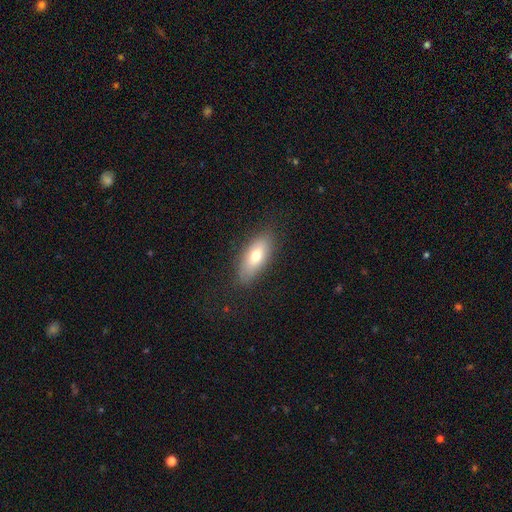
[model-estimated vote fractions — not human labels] Morphology: type=smooth (71%); roundness=in between (81%); merging=none (83%).